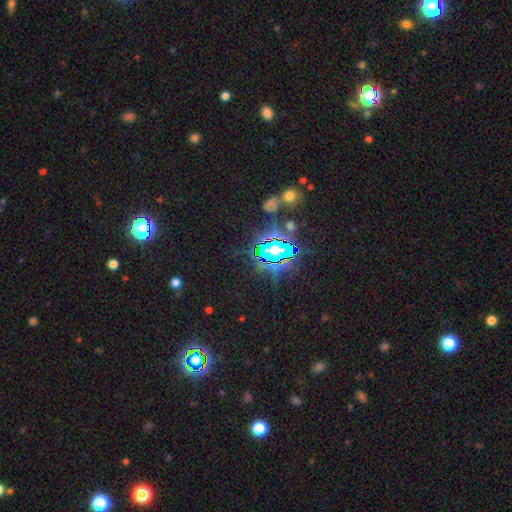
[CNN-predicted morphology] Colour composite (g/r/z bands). It shows a star or artifact, not a galaxy (78%).